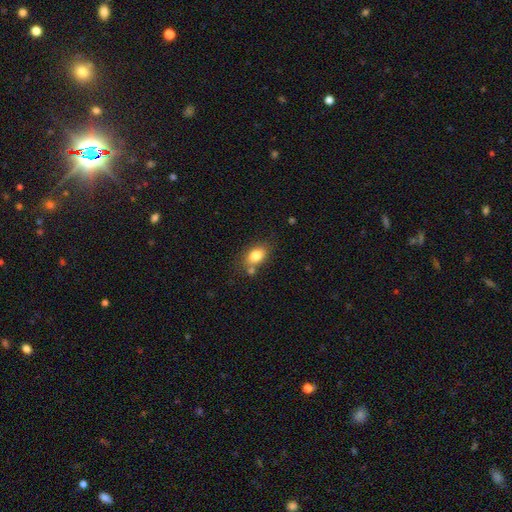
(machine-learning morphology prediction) Smooth or featured?
  - smooth: 82% *
  - featured or disk: 10%
  - star or artifact: 9%
How rounded?
  - in between: 80% *
  - round: 18%
  - cigar-shaped: 2%
Merging?
  - none: 62% *
  - minor disturbance: 17%
  - merger: 16%
  - major disturbance: 5%